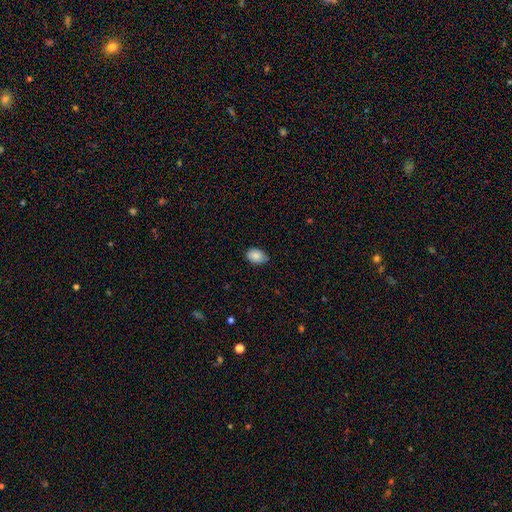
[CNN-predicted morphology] smooth 86%, star or artifact 7%, featured or disk 7%. Down the decision tree: how rounded — in between (82%); merging — none (77%).